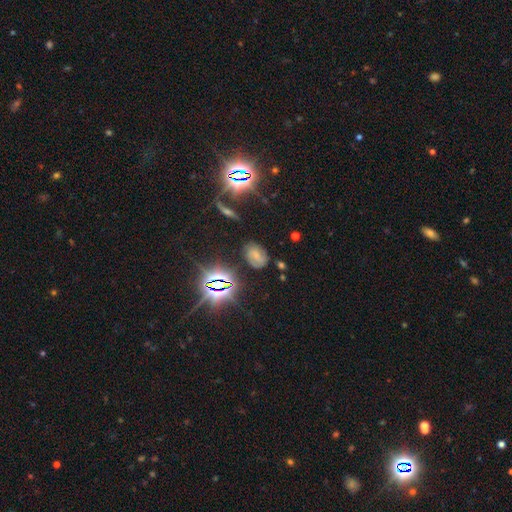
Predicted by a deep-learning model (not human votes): Smooth or featured? Predicted: smooth (p=0.45). Merging? Predicted: none (p=0.72).